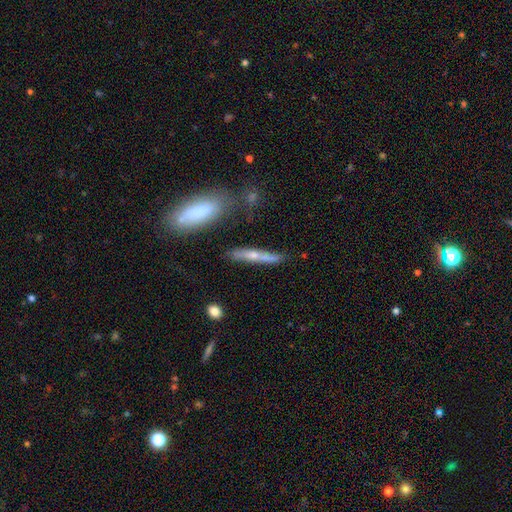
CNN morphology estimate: A featured or disk galaxy (50%) viewed edge-on (88%). Merging: none (69%).